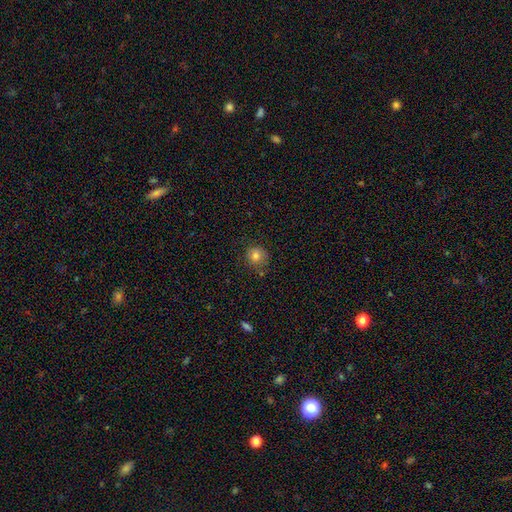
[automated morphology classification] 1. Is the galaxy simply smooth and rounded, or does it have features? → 80% smooth, 12% star or artifact, 9% featured or disk.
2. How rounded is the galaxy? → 88% round, 11% in between, 1% cigar-shaped.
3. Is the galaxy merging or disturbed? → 74% none, 17% minor disturbance, 4% merger, 4% major disturbance.